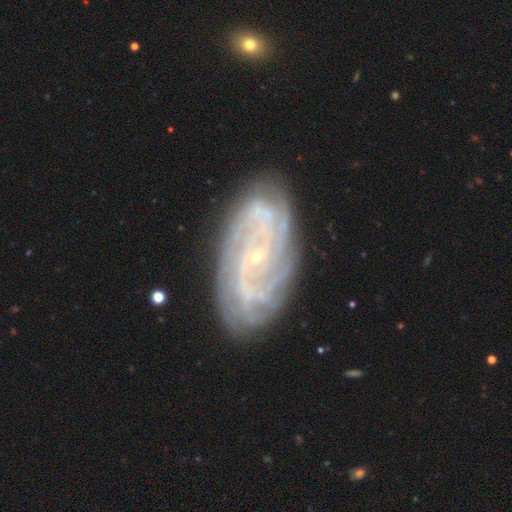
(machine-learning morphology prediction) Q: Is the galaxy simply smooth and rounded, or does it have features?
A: featured or disk — 88%.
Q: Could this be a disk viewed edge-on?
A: no — 96%.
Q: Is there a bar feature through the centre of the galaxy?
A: no — 61%.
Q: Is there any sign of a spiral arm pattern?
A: yes — 98%.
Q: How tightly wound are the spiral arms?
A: tight — 68%.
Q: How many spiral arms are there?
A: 4 — 23%.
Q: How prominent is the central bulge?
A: small — 85%.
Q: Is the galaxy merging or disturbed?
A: none — 83%.